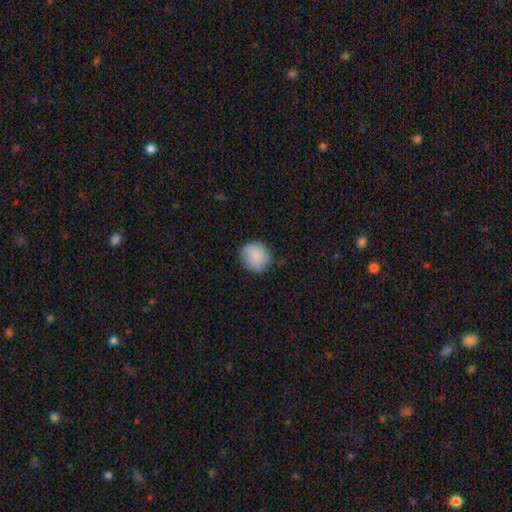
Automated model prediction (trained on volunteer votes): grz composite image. It shows a smooth galaxy with no disk features (86%) that is round (84%). Merging: none (78%).